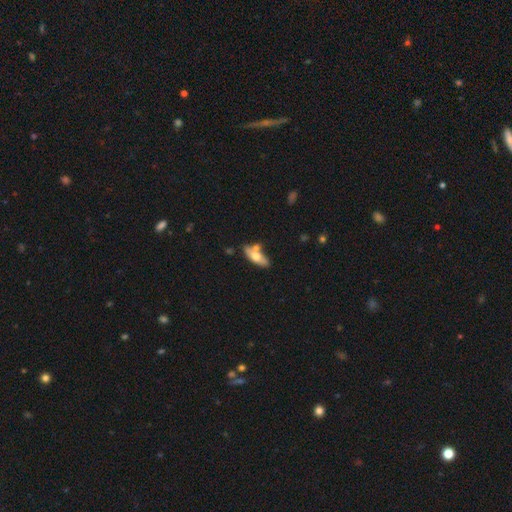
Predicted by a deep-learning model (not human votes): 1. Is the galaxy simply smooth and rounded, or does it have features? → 60% smooth, 34% featured or disk, 6% star or artifact.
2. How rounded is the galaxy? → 69% in between, 28% cigar-shaped, 3% round.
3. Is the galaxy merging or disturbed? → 60% none, 20% merger, 16% minor disturbance, 4% major disturbance.